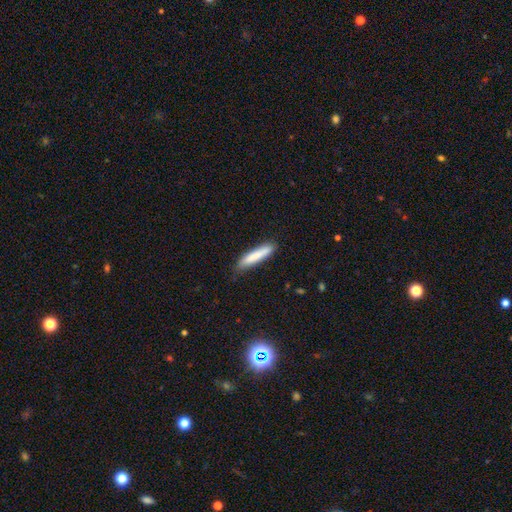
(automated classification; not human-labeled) A smooth galaxy with no disk features (83%) that is cigar-shaped (88%).

Vote fractions:
- Smooth or featured? smooth: 83% / featured or disk: 11% / star or artifact: 6%
- How rounded? cigar-shaped: 88% / in between: 11% / round: 1%
- Merging? none: 80% / minor disturbance: 16% / major disturbance: 2% / merger: 1%